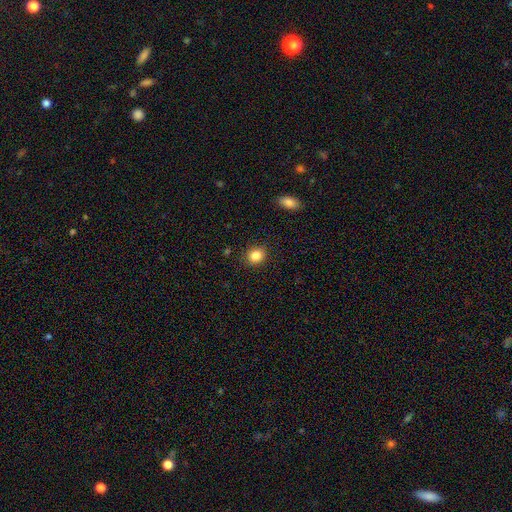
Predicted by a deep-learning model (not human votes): Smooth or featured? smooth (85%)
How rounded? round (70%)
Merging? none (89%)